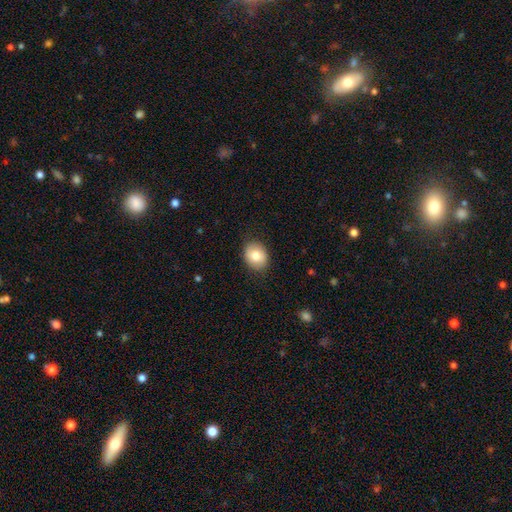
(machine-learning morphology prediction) smooth-or-featured: smooth: 80% | featured or disk: 12% | star or artifact: 8%
  how-rounded: round: 51% | in between: 49% | cigar-shaped: 1%
  merging: none: 86% | minor disturbance: 10% | major disturbance: 2% | merger: 1%